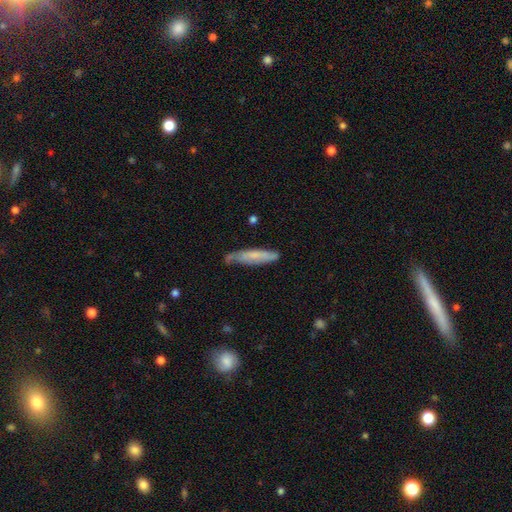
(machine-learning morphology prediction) Q: Smooth or featured?
A: smooth (61%); runner-up: featured or disk (32%)
Q: How rounded?
A: cigar-shaped (80%); runner-up: in between (18%)
Q: Merging?
A: none (62%); runner-up: minor disturbance (28%)